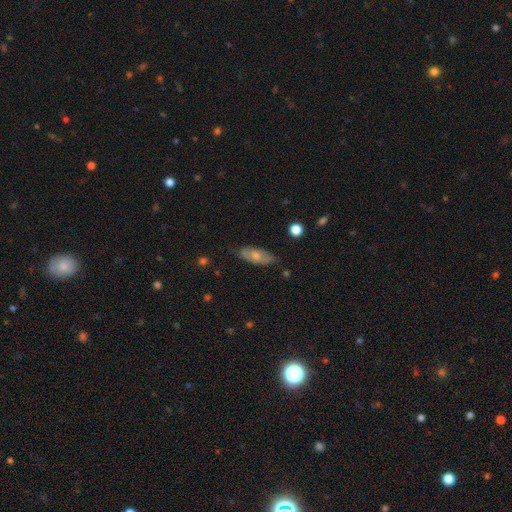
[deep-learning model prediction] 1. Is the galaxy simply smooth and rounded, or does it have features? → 55% smooth, 38% featured or disk, 7% star or artifact.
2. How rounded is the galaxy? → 83% in between, 14% cigar-shaped, 3% round.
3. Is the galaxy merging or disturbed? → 74% none, 20% minor disturbance, 4% major disturbance, 2% merger.